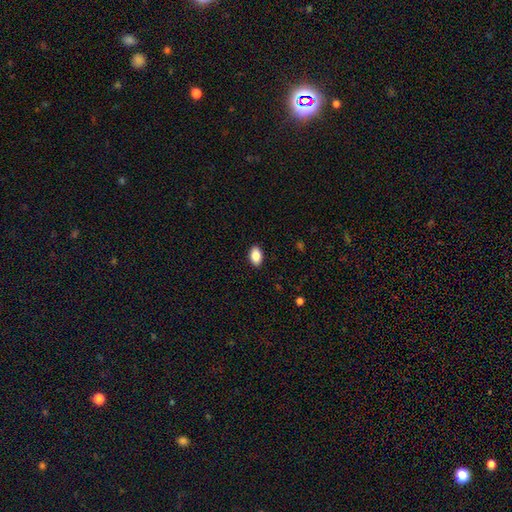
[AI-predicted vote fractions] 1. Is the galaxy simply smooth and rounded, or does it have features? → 87% smooth, 8% star or artifact, 6% featured or disk.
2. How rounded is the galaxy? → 89% in between, 9% round, 1% cigar-shaped.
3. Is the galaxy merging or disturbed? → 90% none, 7% minor disturbance, 2% major disturbance, 1% merger.